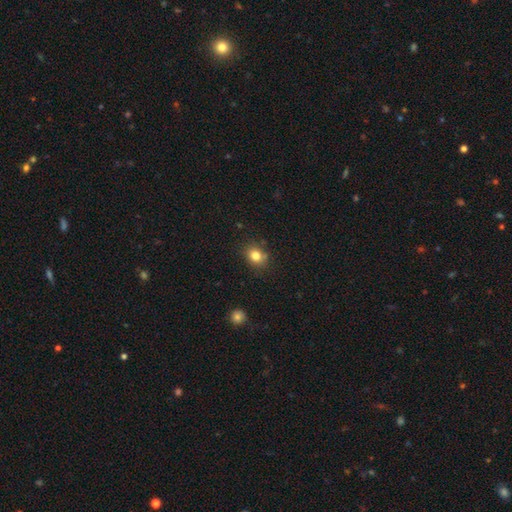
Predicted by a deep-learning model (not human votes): This appears to be a smooth galaxy with no disk features (81%) that is round (57%). Merging: none (80%).